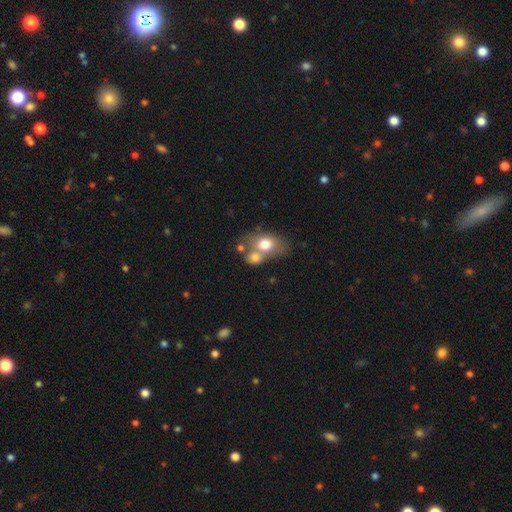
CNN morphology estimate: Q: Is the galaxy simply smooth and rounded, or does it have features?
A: smooth — 67%.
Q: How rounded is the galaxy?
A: in between — 65%.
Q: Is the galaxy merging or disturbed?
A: merger — 44%.